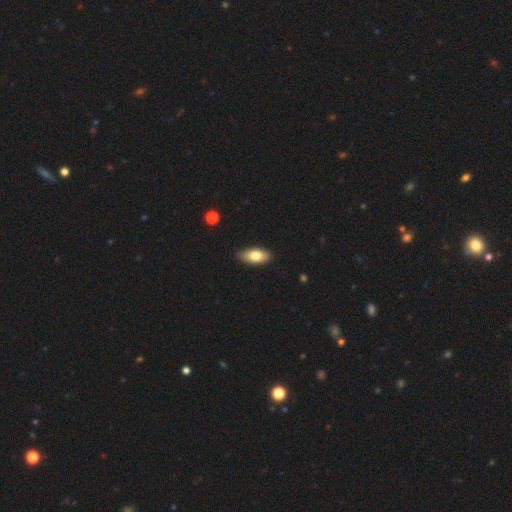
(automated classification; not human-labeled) smooth-or-featured: smooth: 77% | featured or disk: 17% | star or artifact: 7%
  how-rounded: in between: 88% | cigar-shaped: 9% | round: 3%
  merging: none: 83% | minor disturbance: 14% | major disturbance: 2% | merger: 1%